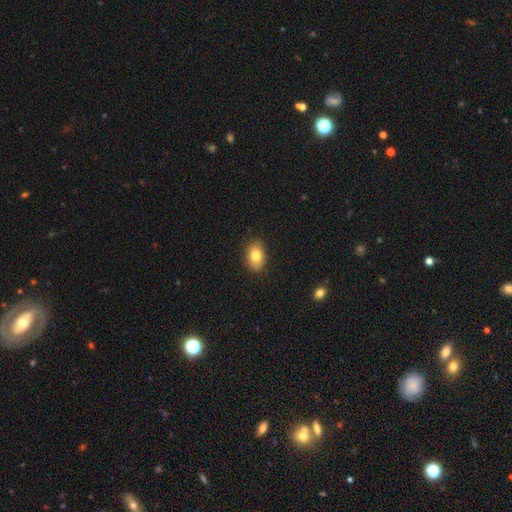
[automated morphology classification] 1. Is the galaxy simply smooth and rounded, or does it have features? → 80% smooth, 11% featured or disk, 9% star or artifact.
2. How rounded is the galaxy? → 82% in between, 16% round, 1% cigar-shaped.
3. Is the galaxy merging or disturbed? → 87% none, 10% minor disturbance, 2% major disturbance, 1% merger.